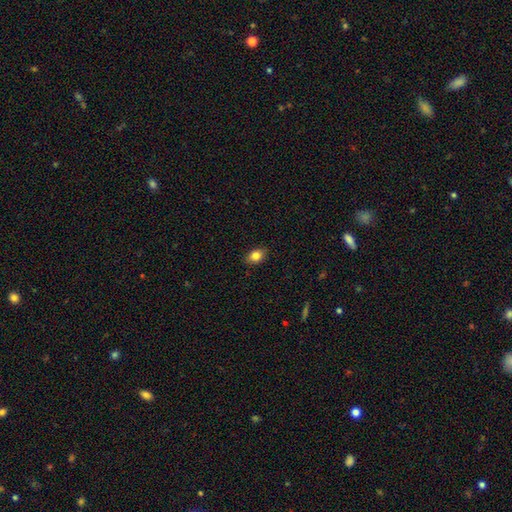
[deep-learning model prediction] smooth_or_featured: smooth (p=0.83) [alt: star or artifact p=0.09]
how_rounded: in between (p=0.74) [alt: round p=0.24]
merging: none (p=0.87) [alt: minor disturbance p=0.10]